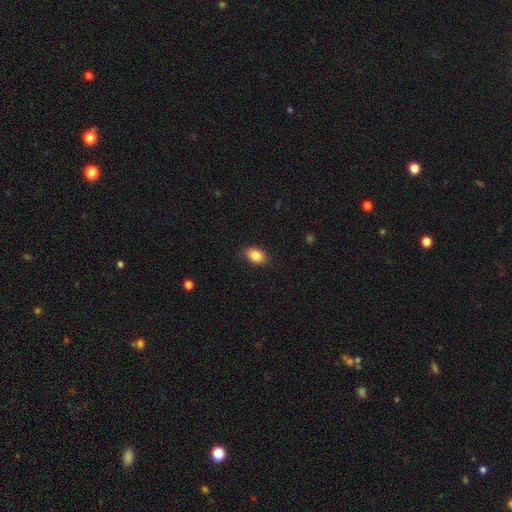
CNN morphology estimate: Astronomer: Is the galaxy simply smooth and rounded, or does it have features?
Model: smooth — 86%.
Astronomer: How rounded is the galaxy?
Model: in between — 80%.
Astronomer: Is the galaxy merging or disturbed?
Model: none — 86%.